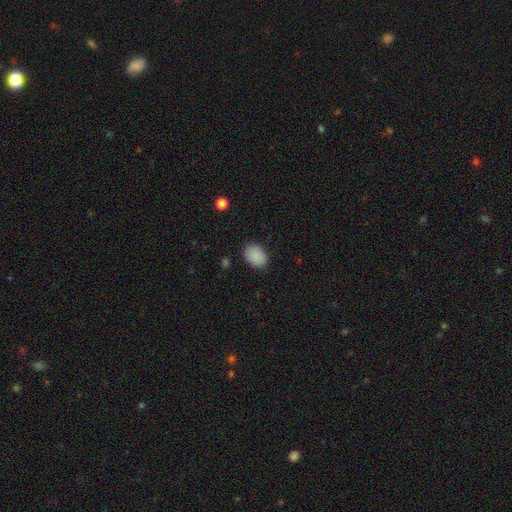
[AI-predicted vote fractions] Smooth or featured: smooth — 89% (star or artifact — 8%)
How rounded: in between — 76% (round — 23%)
Merging: none — 86% (minor disturbance — 10%)